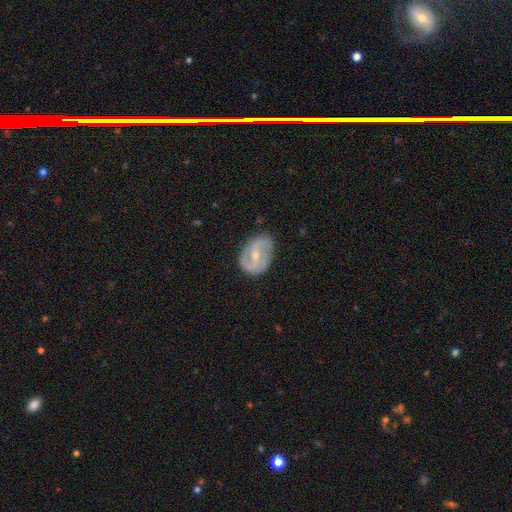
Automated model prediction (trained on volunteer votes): Smooth or featured? featured or disk (73%)
Edge-on disk? no (96%)
Bar? weak (45%)
Spiral arms? yes (79%)
Spiral winding? medium (42%)
Spiral arm count? 2 (81%)
Bulge size? small (49%)
Merging? none (73%)